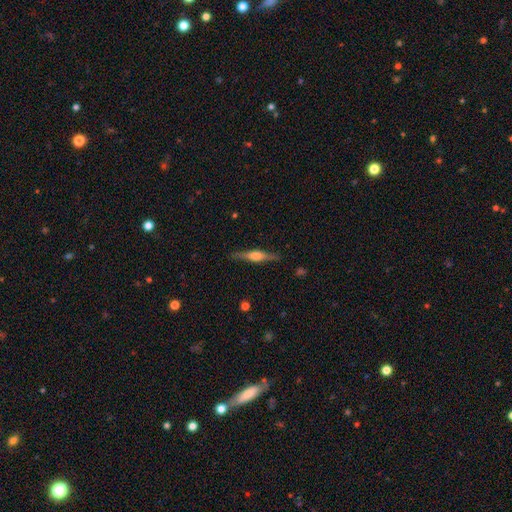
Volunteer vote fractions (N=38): smooth-or-featured: featured or disk: 79% | smooth: 21% | star or artifact: 0%
  disk-edge-on: yes: 100% | no: 0%
    edge-on-bulge: rounded: 83% | boxy: 17% | none: 0%
  merging: none: 87% | minor disturbance: 11% | merger: 3% | major disturbance: 0%